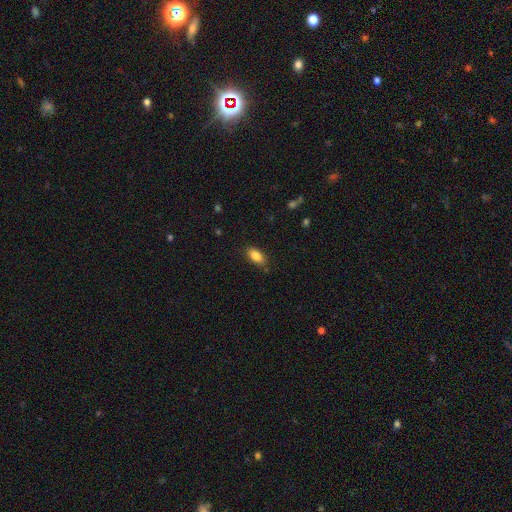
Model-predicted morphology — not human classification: type=smooth (84%); roundness=in between (89%); merging=none (80%).